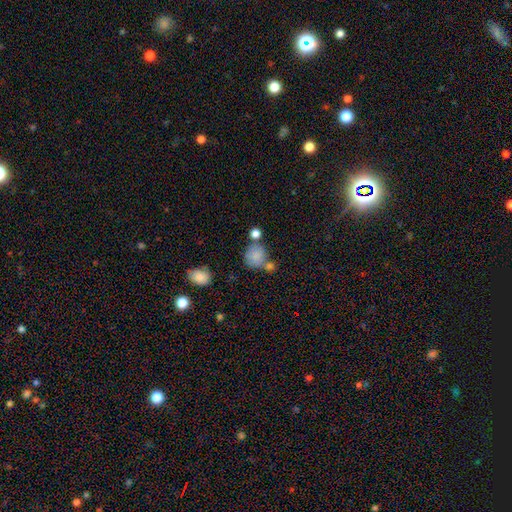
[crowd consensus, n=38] Morphology: type=smooth (84%); roundness=round (91%); merging=none (60%).